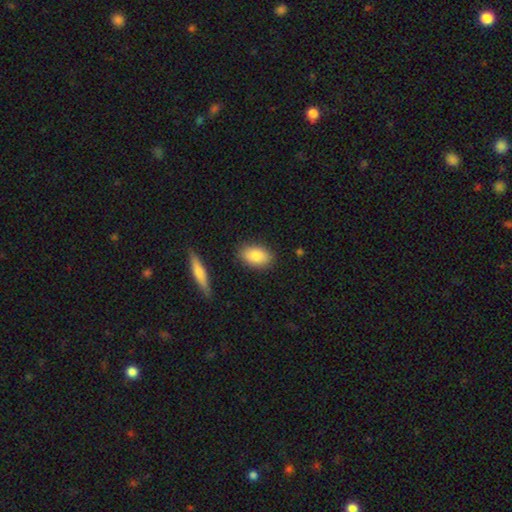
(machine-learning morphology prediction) smooth 83%, featured or disk 10%, star or artifact 7%. Down the decision tree: how rounded — in between (89%); merging — none (84%).